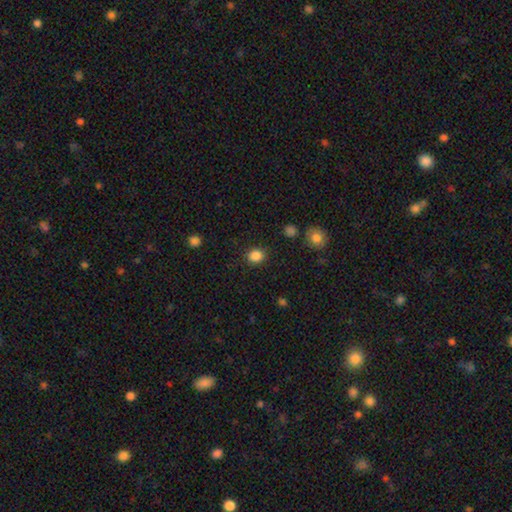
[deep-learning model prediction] Q: Smooth or featured?
A: smooth (86%); runner-up: star or artifact (11%)
Q: How rounded?
A: round (70%); runner-up: in between (29%)
Q: Merging?
A: none (88%); runner-up: minor disturbance (8%)